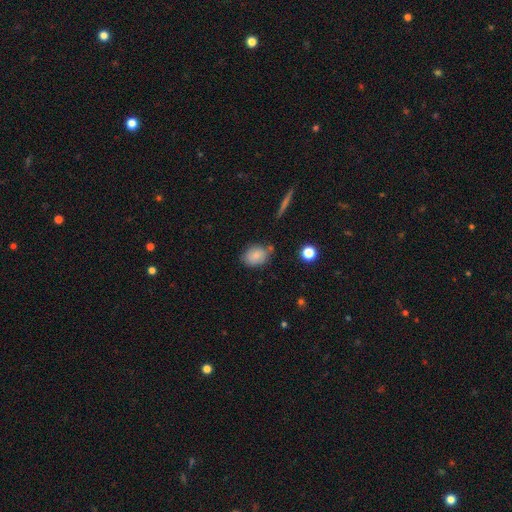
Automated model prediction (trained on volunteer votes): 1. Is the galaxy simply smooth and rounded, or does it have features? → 83% smooth, 9% star or artifact, 8% featured or disk.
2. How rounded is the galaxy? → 68% in between, 30% round, 1% cigar-shaped.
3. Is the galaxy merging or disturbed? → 69% none, 20% minor disturbance, 7% merger, 5% major disturbance.